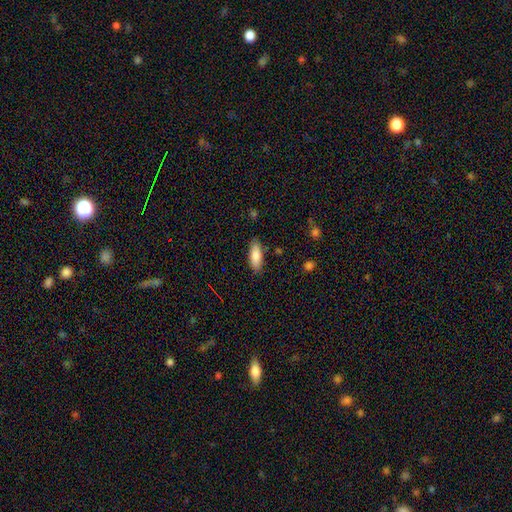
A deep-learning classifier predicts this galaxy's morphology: smooth 85%, featured or disk 9%, star or artifact 7%. Down the decision tree: how rounded — in between (73%); merging — none (85%).